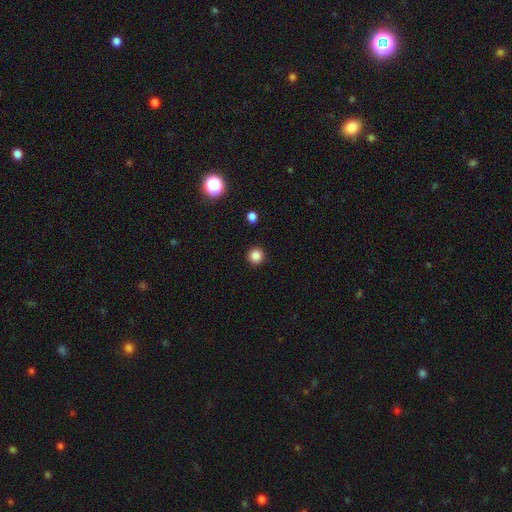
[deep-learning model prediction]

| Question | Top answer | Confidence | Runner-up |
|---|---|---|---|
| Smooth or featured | smooth | 85% | star or artifact (12%) |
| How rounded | round | 95% | in between (4%) |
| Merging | none | 92% | minor disturbance (5%) |